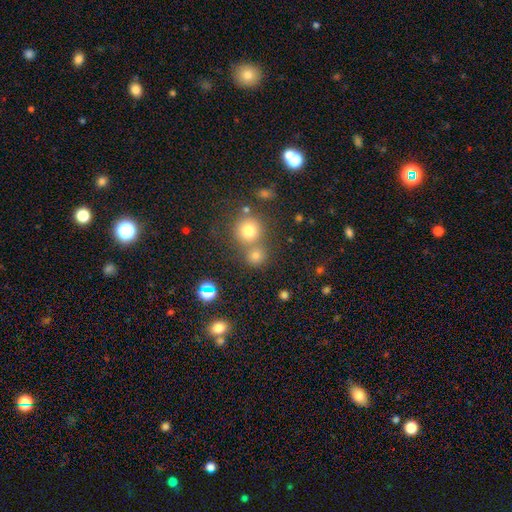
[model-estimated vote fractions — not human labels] Morphology: type=smooth (72%); roundness=round (87%); merging=none (58%).